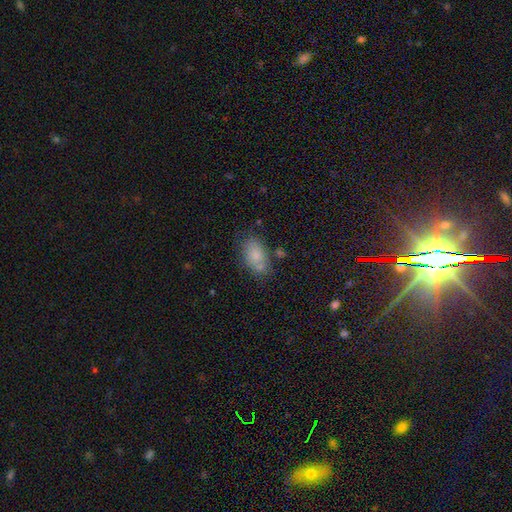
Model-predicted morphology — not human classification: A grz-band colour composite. It shows a smooth galaxy with no disk features (77%) that is in between round and cigar-shaped (89%). Merging: none (62%).